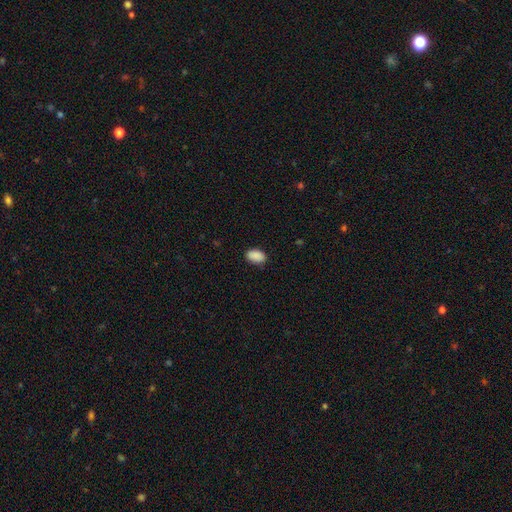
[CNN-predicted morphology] smooth 90%, star or artifact 7%, featured or disk 3%. Down the decision tree: how rounded — in between (90%); merging — none (86%).